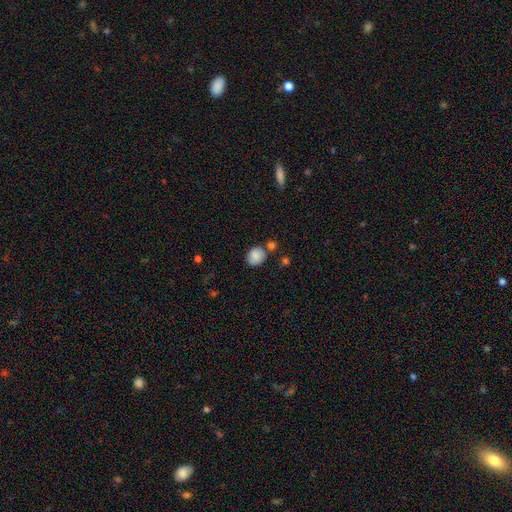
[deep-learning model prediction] This is clearly a smooth galaxy (86%). How rounded: possibly round (60%). Merging: likely none (69%).